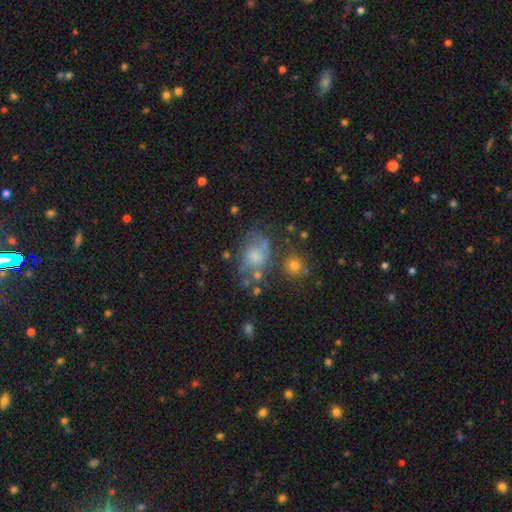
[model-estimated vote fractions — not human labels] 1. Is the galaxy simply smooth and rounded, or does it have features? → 57% smooth, 29% featured or disk, 14% star or artifact.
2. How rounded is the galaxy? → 70% in between, 28% round, 2% cigar-shaped.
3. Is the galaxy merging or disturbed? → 44% none, 26% minor disturbance, 19% major disturbance, 12% merger.